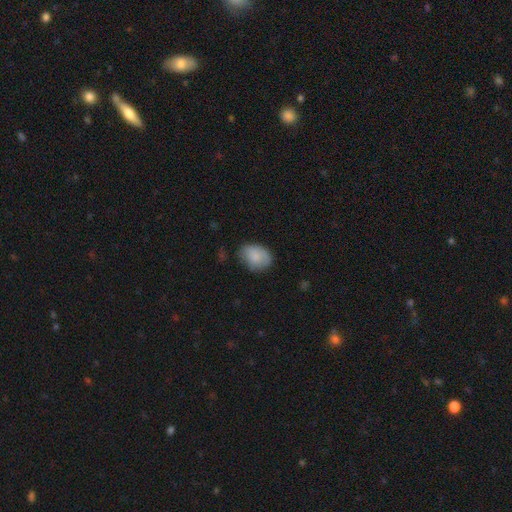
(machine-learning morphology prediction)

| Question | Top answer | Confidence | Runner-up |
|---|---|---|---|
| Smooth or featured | smooth | 81% | featured or disk (12%) |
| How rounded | in between | 71% | round (28%) |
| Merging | none | 60% | minor disturbance (29%) |